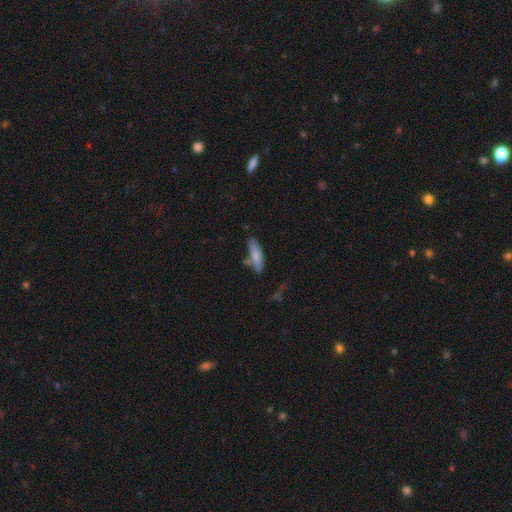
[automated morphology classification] smooth 75%, featured or disk 18%, star or artifact 7%. Down the decision tree: how rounded — cigar-shaped (61%); merging — none (67%).